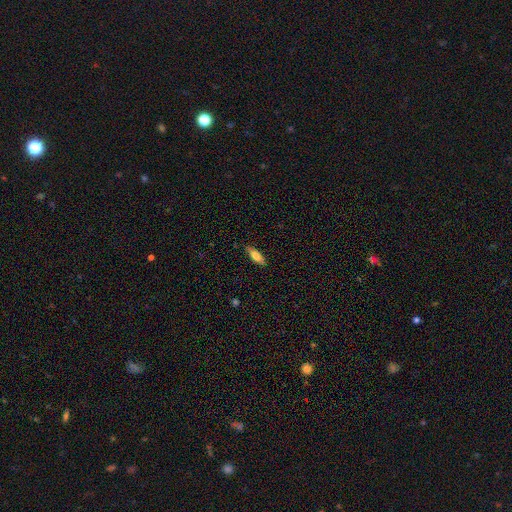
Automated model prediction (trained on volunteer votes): smooth-or-featured: smooth: 70% | featured or disk: 24% | star or artifact: 6%
  how-rounded: in between: 54% | cigar-shaped: 44% | round: 2%
  merging: none: 87% | minor disturbance: 10% | major disturbance: 2% | merger: 1%